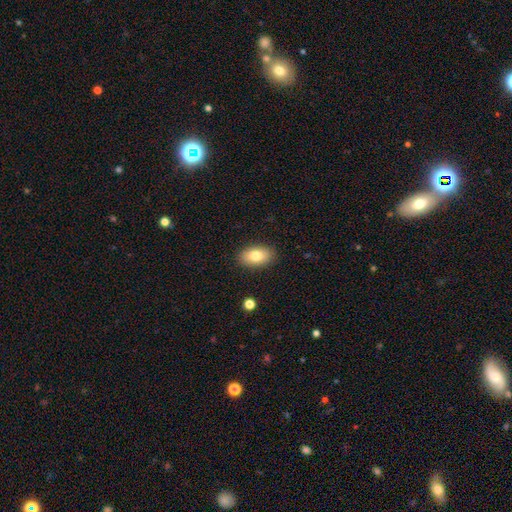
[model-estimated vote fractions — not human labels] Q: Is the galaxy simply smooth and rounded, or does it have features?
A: smooth — 78%.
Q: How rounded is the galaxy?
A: in between — 91%.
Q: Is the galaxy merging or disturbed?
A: none — 88%.